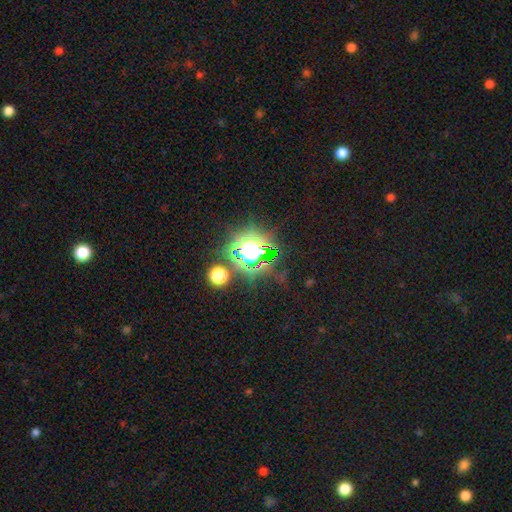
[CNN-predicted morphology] This appears to be a star or artifact, not a galaxy (62%).